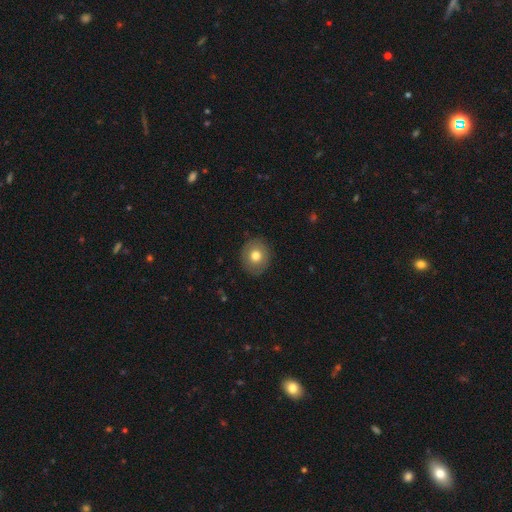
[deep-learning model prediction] This is likely a smooth galaxy (75%). How rounded: likely round (75%). Merging: clearly none (89%).